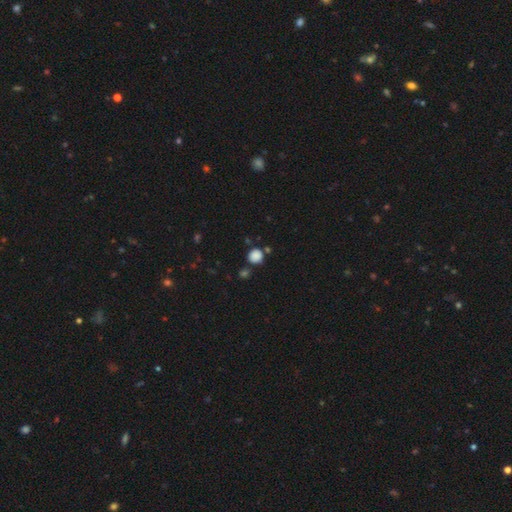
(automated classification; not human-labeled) Morphology: type=smooth (85%); roundness=round (89%); merging=none (76%).